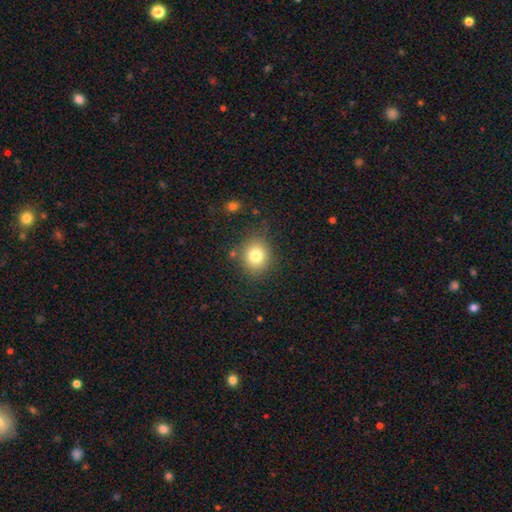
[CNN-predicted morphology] The model was most divided on "how rounded": round: 75%, in between: 24%, cigar-shaped: 1%. More confident: merging — none (81%); smooth or featured — smooth (78%).